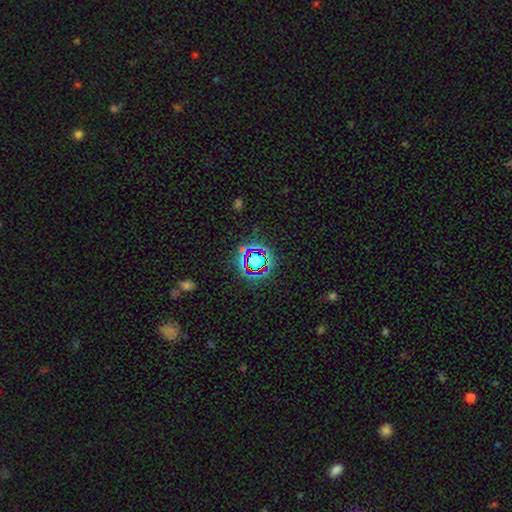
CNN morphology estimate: star or artifact 67%, smooth 21%, featured or disk 12%.